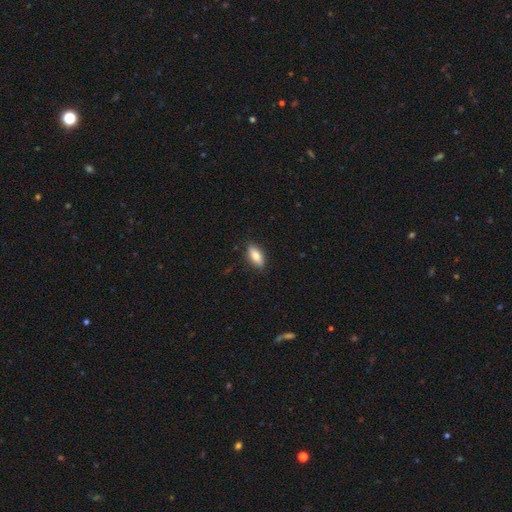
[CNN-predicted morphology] Smooth or featured? smooth (80%)
How rounded? in between (83%)
Merging? none (87%)